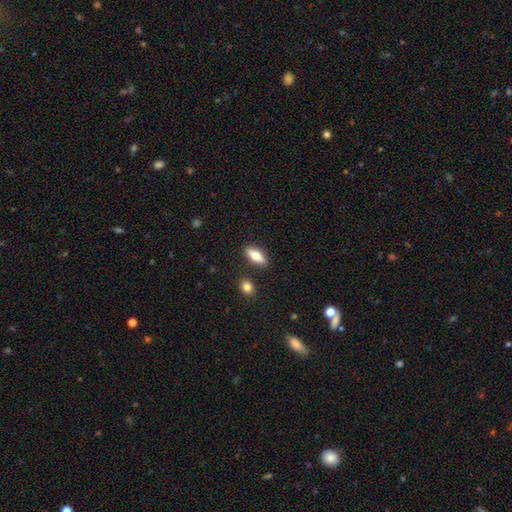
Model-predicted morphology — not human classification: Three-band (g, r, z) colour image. It shows a smooth galaxy with no disk features (70%) that is in between round and cigar-shaped (74%). Merging: none (85%).